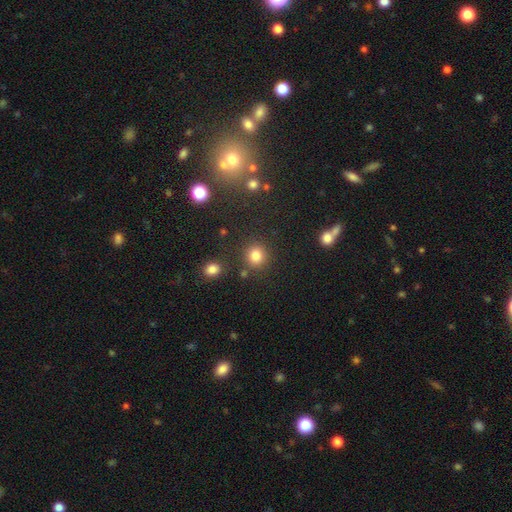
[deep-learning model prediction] This appears to be a smooth galaxy with no disk features (82%) that is round (89%). Merging: none (83%).